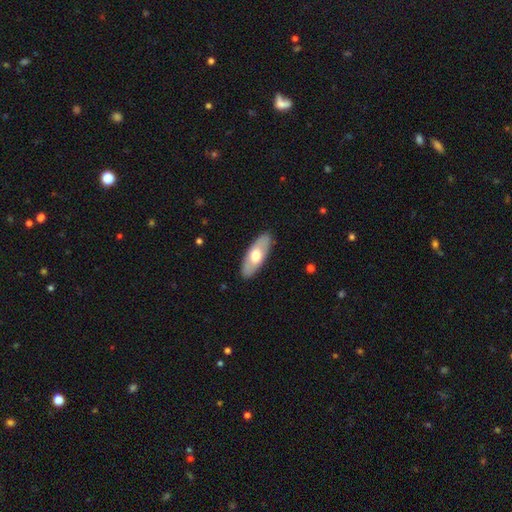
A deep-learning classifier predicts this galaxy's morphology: A smooth galaxy with no disk features (57%) that is in between round and cigar-shaped (77%). Merging: none (88%).